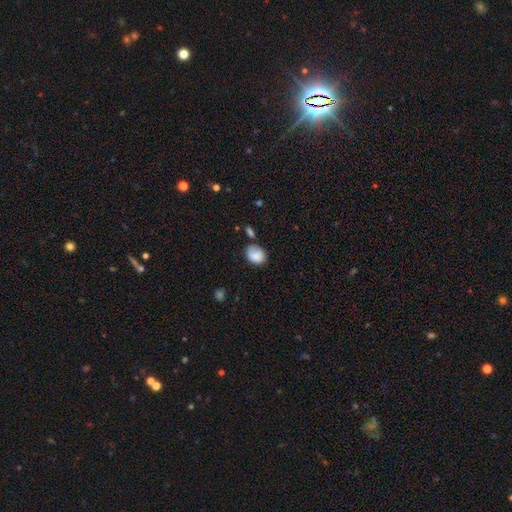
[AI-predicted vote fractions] Smooth or featured? Predicted: smooth (p=0.85). How rounded? Predicted: in between (p=0.61). Merging? Predicted: none (p=0.62).